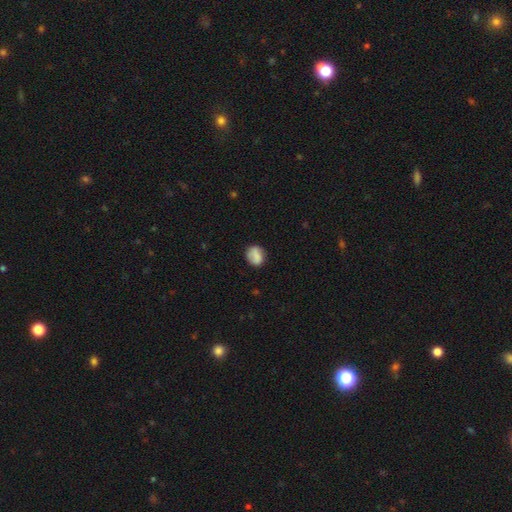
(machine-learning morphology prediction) This appears to be a smooth galaxy with no disk features (80%) that is round (56%). Merging: none (76%).